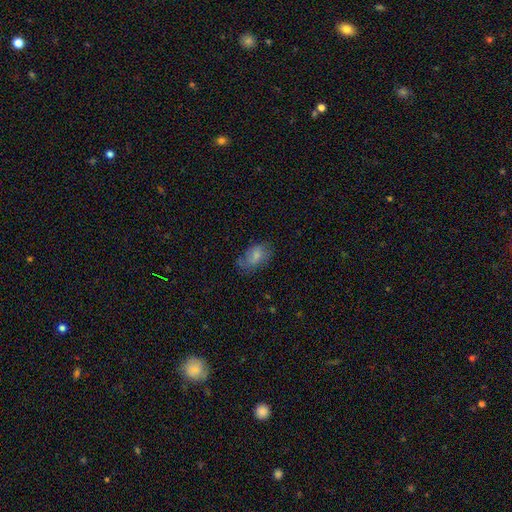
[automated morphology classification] Smooth or featured? Predicted: smooth (p=0.71). How rounded? Predicted: in between (p=0.91). Merging? Predicted: none (p=0.58).